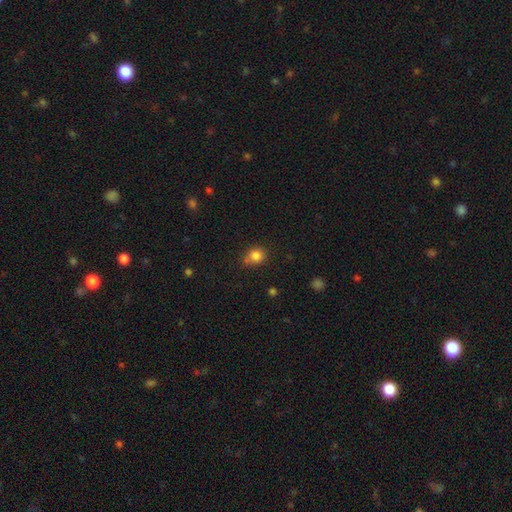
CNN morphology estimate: This is clearly a smooth galaxy (83%). How rounded: clearly round (81%). Merging: likely none (63%).